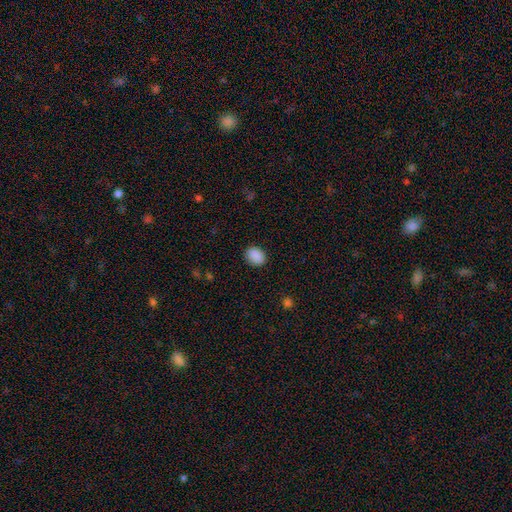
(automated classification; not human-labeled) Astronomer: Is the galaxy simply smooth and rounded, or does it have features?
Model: smooth — 89%.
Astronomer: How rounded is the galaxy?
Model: in between — 53% (runner-up: round, 46%).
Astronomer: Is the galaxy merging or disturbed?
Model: none — 87%.